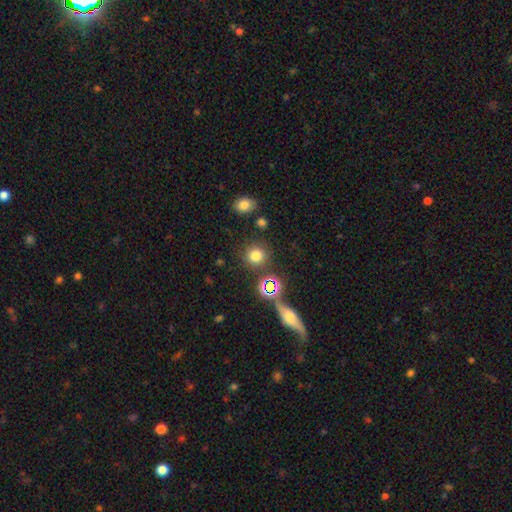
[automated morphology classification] Smooth or featured?
  - smooth: 74% *
  - star or artifact: 19%
  - featured or disk: 7%
How rounded?
  - round: 86% *
  - in between: 12%
  - cigar-shaped: 1%
Merging?
  - none: 82% *
  - minor disturbance: 8%
  - merger: 6%
  - major disturbance: 4%